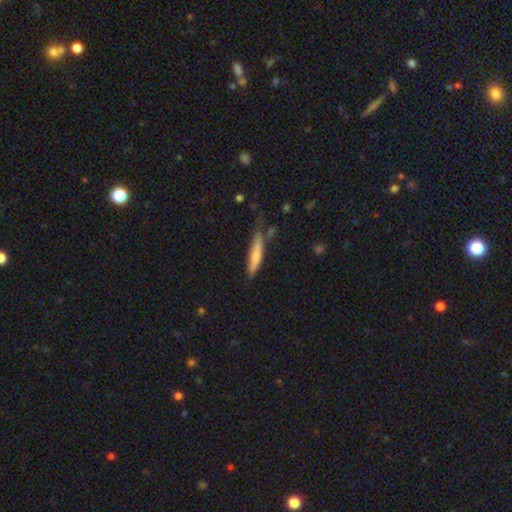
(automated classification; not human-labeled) Overall: smooth (68%). How rounded: cigar-shaped (85%). Merging: none (59%; minor disturbance 27%).